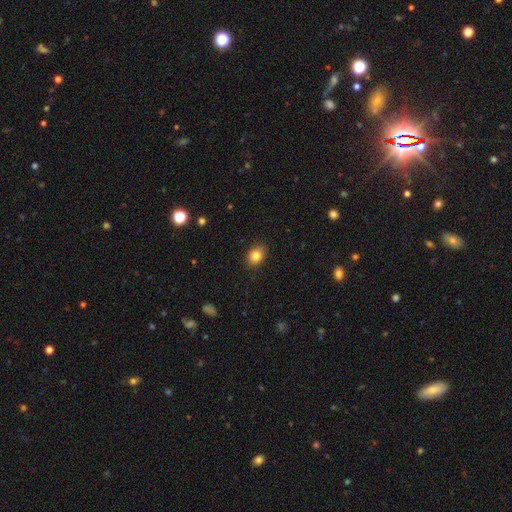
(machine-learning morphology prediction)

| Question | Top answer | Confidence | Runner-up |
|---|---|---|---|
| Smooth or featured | smooth | 83% | star or artifact (10%) |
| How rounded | in between | 58% | round (41%) |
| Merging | none | 88% | minor disturbance (9%) |